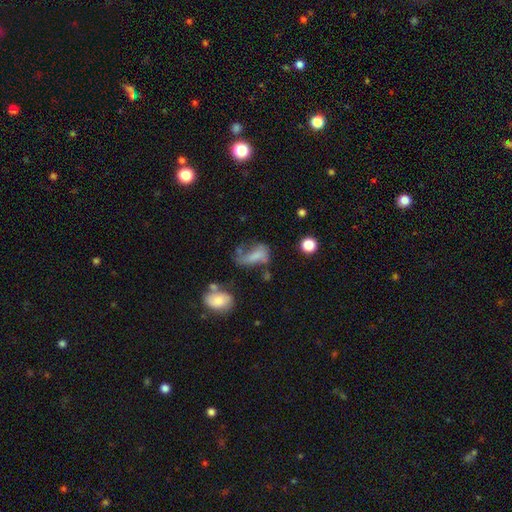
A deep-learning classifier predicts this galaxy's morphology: This is possibly a smooth galaxy (55%). How rounded: clearly in between (81%). Merging: marginally major disturbance (39%).